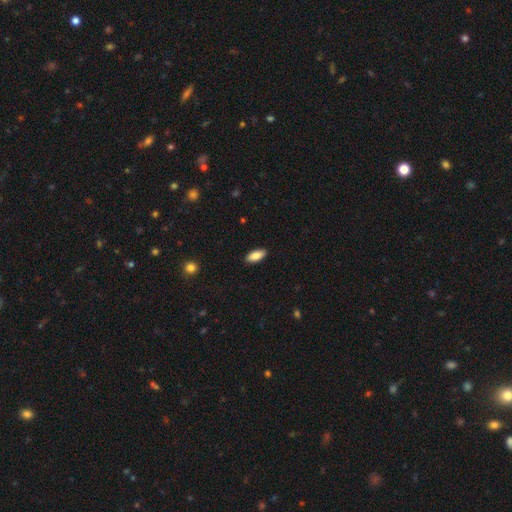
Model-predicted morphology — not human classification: A smooth galaxy with no disk features (85%) that is in between round and cigar-shaped (84%). Merging: none (90%).